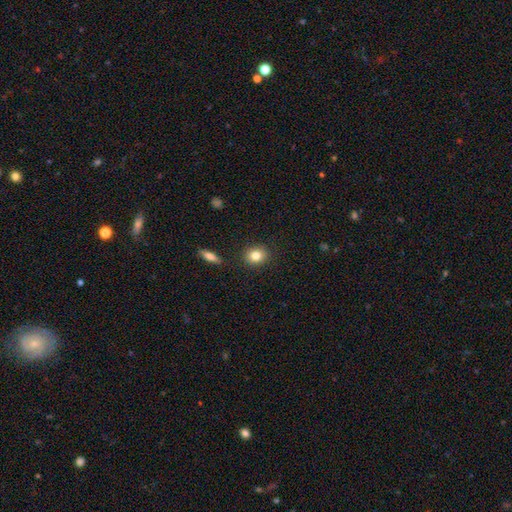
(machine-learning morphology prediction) This appears to be a smooth galaxy with no disk features (82%) that is round (70%). Merging: none (89%).